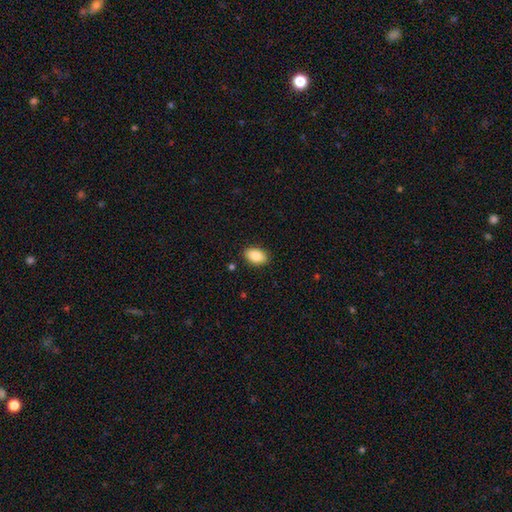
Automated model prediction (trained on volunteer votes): smooth 86%, star or artifact 7%, featured or disk 7%. Down the decision tree: how rounded — in between (90%); merging — none (88%).